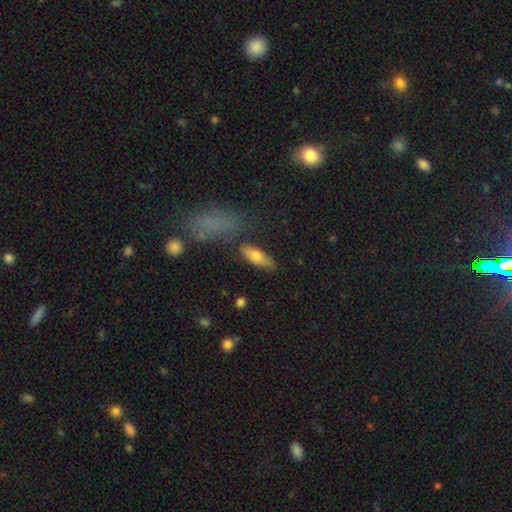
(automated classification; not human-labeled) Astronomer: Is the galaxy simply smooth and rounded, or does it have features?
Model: smooth — 72%.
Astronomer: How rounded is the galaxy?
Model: in between — 69%.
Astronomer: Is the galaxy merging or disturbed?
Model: none — 74%.